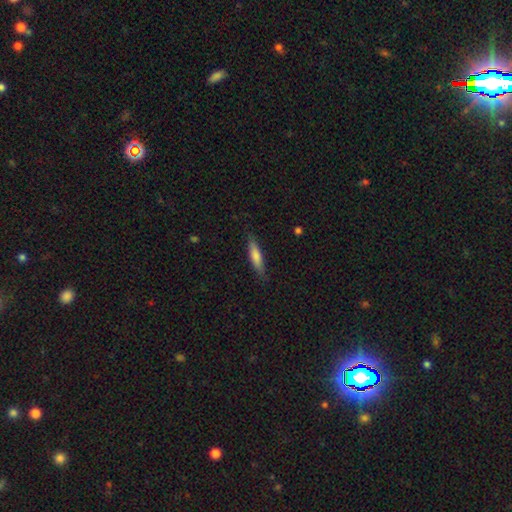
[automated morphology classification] Q: Smooth or featured?
A: smooth (71%); runner-up: featured or disk (23%)
Q: How rounded?
A: cigar-shaped (83%); runner-up: in between (16%)
Q: Merging?
A: none (85%); runner-up: minor disturbance (12%)